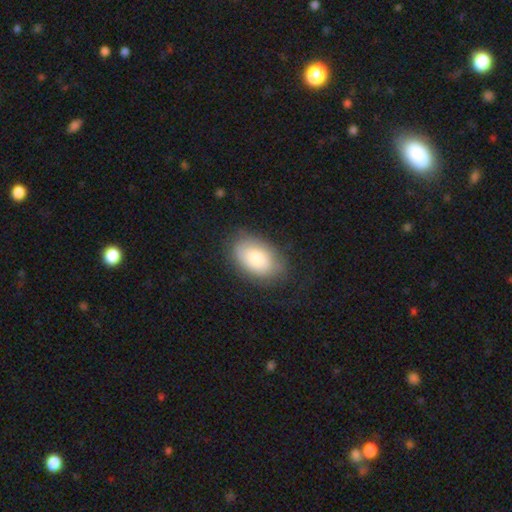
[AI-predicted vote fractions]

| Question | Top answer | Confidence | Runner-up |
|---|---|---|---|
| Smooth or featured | smooth | 80% | featured or disk (13%) |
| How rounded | in between | 91% | round (7%) |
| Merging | none | 77% | minor disturbance (17%) |